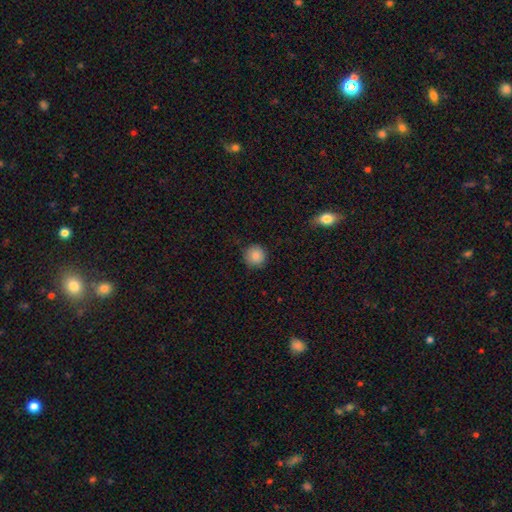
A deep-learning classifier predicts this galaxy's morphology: This is clearly a smooth galaxy (87%). How rounded: clearly round (94%). Merging: clearly none (87%).